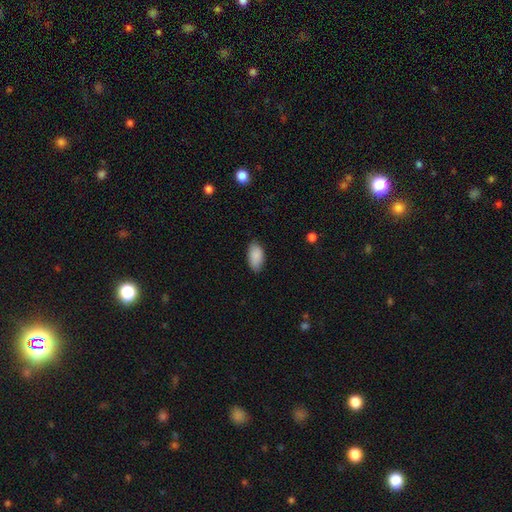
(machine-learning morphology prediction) Overall: smooth (89%). How rounded: in between (94%). Merging: none (82%).